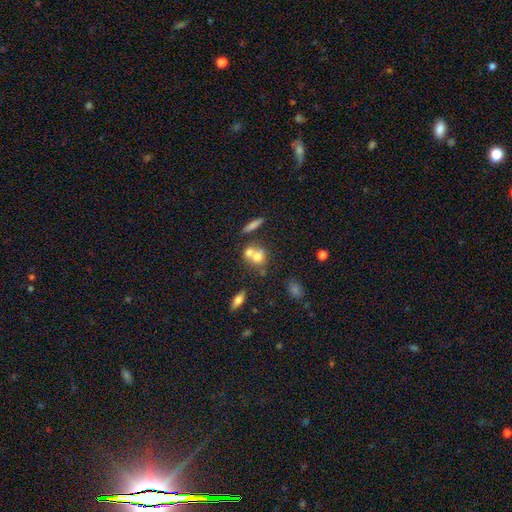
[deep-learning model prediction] A smooth galaxy with no disk features (64%) that is round (63%).

Vote fractions:
- Smooth or featured? smooth: 64% / featured or disk: 24% / star or artifact: 11%
- How rounded? round: 63% / in between: 34% / cigar-shaped: 3%
- Merging? merger: 56% / none: 31% / minor disturbance: 9% / major disturbance: 4%